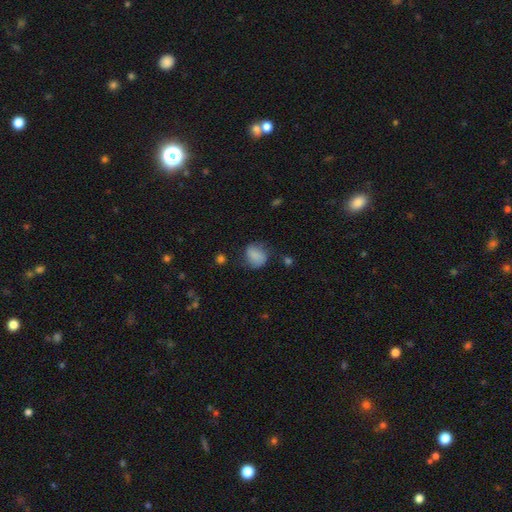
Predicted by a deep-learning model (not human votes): Smooth or featured? Predicted: smooth (p=0.76). How rounded? Predicted: round (p=0.54). Merging? Predicted: none (p=0.61).